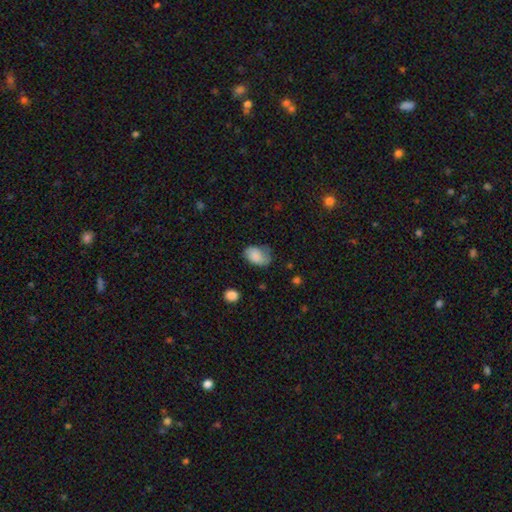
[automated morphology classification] Q: Smooth or featured?
A: smooth (75%); runner-up: featured or disk (17%)
Q: How rounded?
A: in between (83%); runner-up: round (16%)
Q: Merging?
A: none (52%); runner-up: minor disturbance (34%)